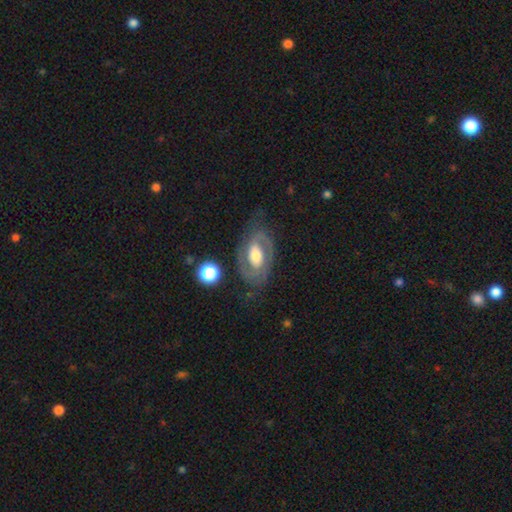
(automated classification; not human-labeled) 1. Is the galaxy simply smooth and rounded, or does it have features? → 83% featured or disk, 11% smooth, 5% star or artifact.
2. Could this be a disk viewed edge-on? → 96% no, 4% yes.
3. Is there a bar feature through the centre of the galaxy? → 43% no, 39% weak, 19% strong.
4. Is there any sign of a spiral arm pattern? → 91% yes, 9% no.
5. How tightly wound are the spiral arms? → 46% medium, 40% tight, 14% loose.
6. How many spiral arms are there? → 86% 2, 7% can't tell, 3% 1, 2% 3, 1% 4, 1% more than 4.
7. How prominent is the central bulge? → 50% moderate, 31% large, 14% small, 3% dominant, 2% none.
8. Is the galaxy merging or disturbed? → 70% none, 17% minor disturbance, 11% major disturbance, 2% merger.